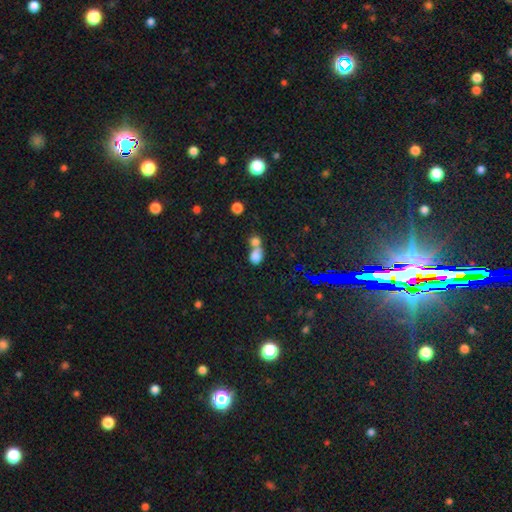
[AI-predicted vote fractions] smooth 74%, star or artifact 15%, featured or disk 11%. Down the decision tree: how rounded — round (52%); merging — merger (65%).